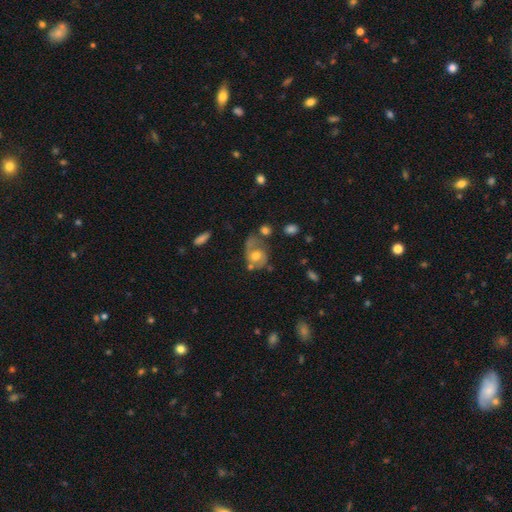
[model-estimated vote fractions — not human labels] Smooth or featured? Predicted: featured or disk (p=0.65). Edge-on disk? Predicted: no (p=0.97). Bar? Predicted: no (p=0.62). Spiral arms? Predicted: yes (p=0.81). Spiral winding? Predicted: medium (p=0.49). Spiral arm count? Predicted: 2 (p=0.76). Bulge size? Predicted: moderate (p=0.66). Merging? Predicted: none (p=0.46).